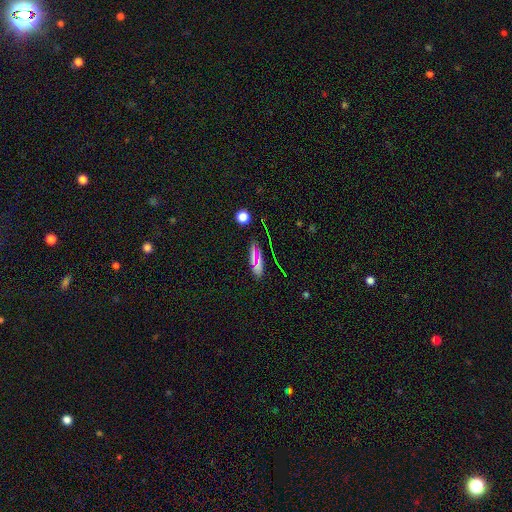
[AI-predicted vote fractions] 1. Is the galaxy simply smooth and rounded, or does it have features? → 60% smooth, 27% star or artifact, 13% featured or disk.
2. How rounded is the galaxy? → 52% in between, 37% cigar-shaped, 11% round.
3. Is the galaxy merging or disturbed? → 81% none, 12% minor disturbance, 4% major disturbance, 3% merger.